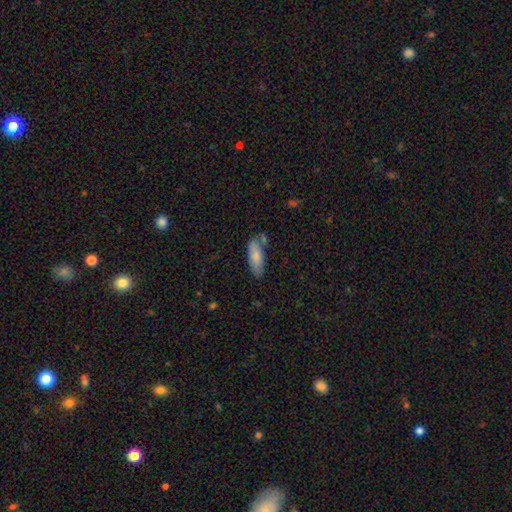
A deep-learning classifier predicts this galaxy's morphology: Overall: smooth (80%). How rounded: in between (64%; cigar-shaped 34%). Merging: none (66%).